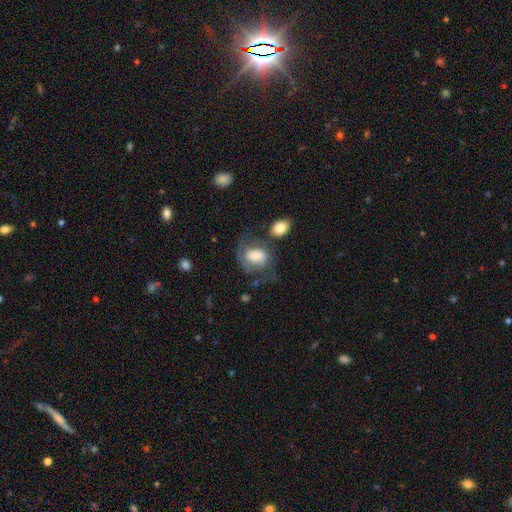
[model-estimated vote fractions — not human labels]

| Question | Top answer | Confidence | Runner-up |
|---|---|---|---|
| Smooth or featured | featured or disk | 65% | smooth (28%) |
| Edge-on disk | no | 97% | yes (3%) |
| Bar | no | 46% | weak (41%) |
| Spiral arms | yes | 88% | no (12%) |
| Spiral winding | medium | 46% | tight (34%) |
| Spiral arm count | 2 | 66% | can't tell (15%) |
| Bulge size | moderate | 46% | small (31%) |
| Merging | none | 45% | major disturbance (25%) |